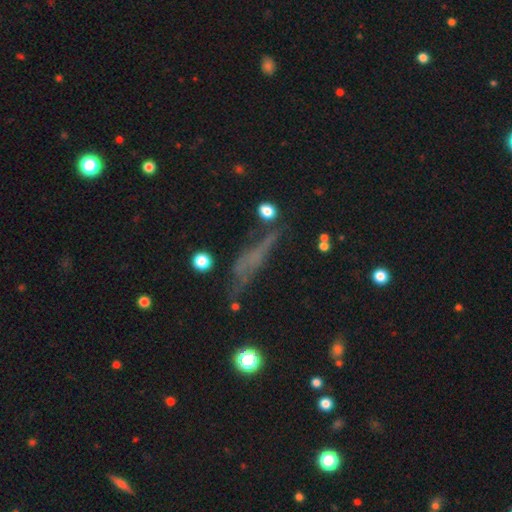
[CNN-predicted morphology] This appears to be a smooth galaxy with no disk features (39%). Merging: none (58%).